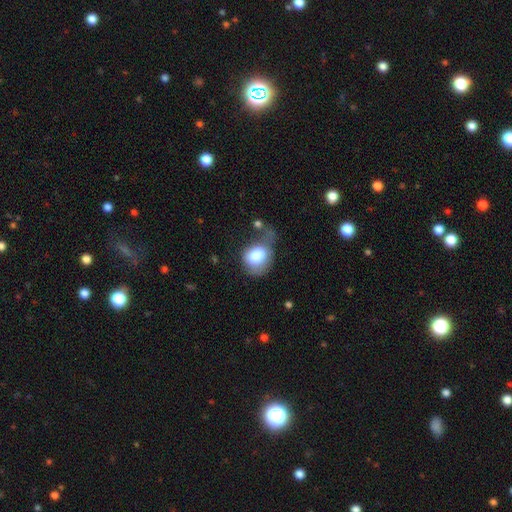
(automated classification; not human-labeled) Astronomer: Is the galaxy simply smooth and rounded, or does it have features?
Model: smooth — 76%.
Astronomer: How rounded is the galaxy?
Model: in between — 51% (runner-up: round, 48%).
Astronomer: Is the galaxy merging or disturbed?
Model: major disturbance — 41% (runner-up: minor disturbance, 26%).